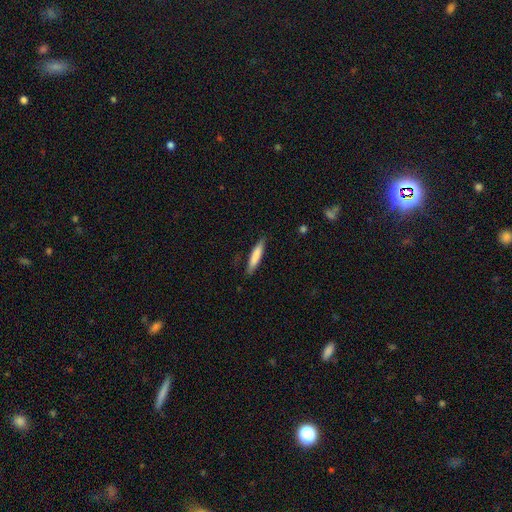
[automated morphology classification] type=smooth (79%); roundness=cigar-shaped (89%); merging=none (85%).